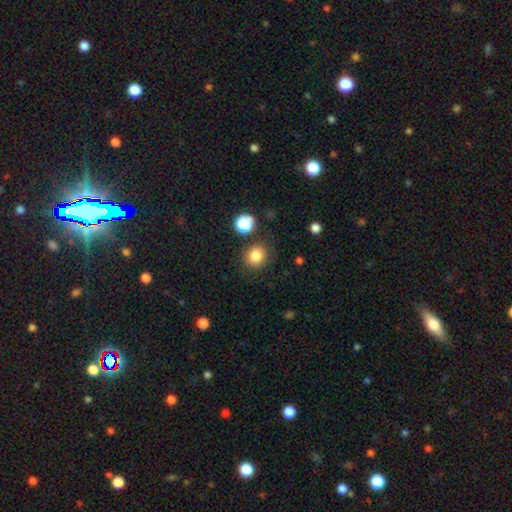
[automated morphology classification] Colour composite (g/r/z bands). It shows a smooth galaxy with no disk features (82%) that is round (83%). Merging: none (84%).